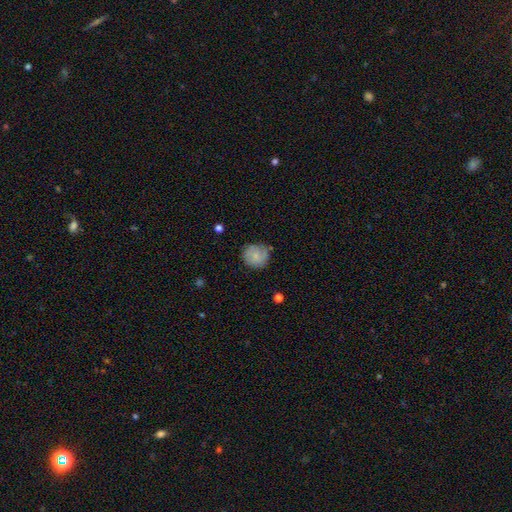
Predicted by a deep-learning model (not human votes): A smooth galaxy with no disk features (73%) that is round (88%).

Vote fractions:
- Smooth or featured? smooth: 73% / featured or disk: 19% / star or artifact: 8%
- How rounded? round: 88% / in between: 11% / cigar-shaped: 1%
- Merging? none: 74% / minor disturbance: 20% / major disturbance: 4% / merger: 2%